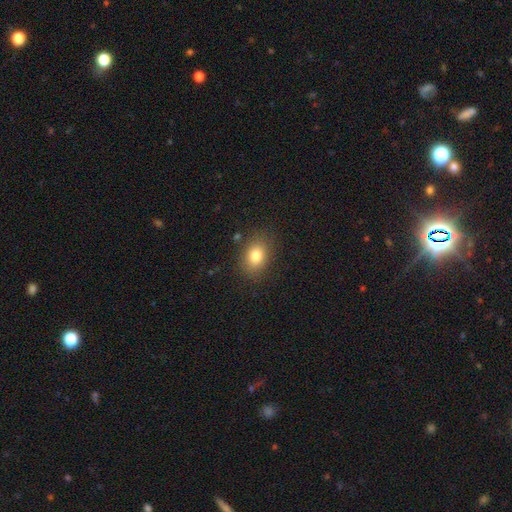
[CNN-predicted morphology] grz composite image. It shows a smooth galaxy with no disk features (80%) that is in between round and cigar-shaped (69%). Merging: none (83%).